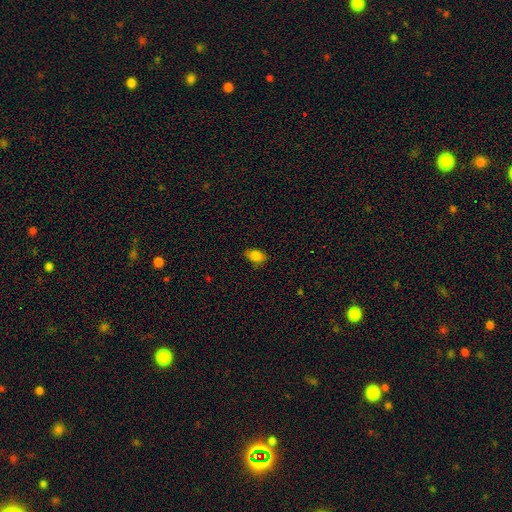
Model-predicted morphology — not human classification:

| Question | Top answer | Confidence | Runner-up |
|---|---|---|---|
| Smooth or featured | smooth | 84% | star or artifact (10%) |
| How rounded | in between | 88% | round (10%) |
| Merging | none | 79% | minor disturbance (17%) |